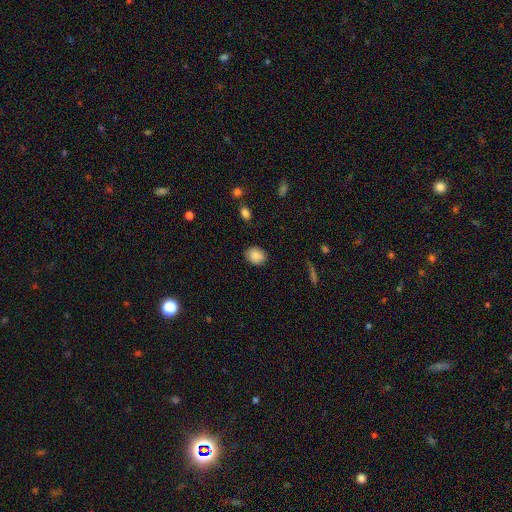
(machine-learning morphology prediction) Overall: smooth (87%). How rounded: round (54%; in between 45%). Merging: none (86%).